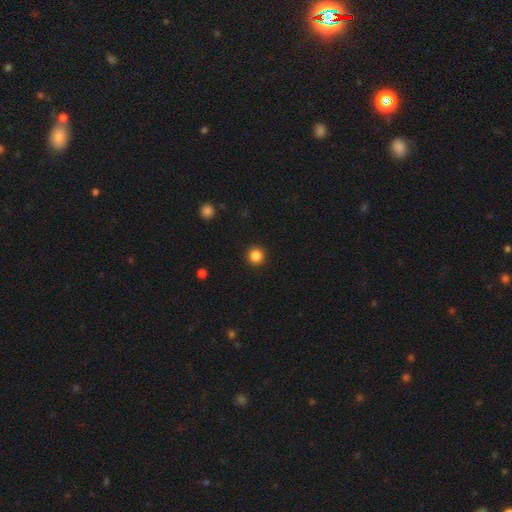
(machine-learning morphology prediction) type=smooth (85%); roundness=round (95%); merging=none (93%).